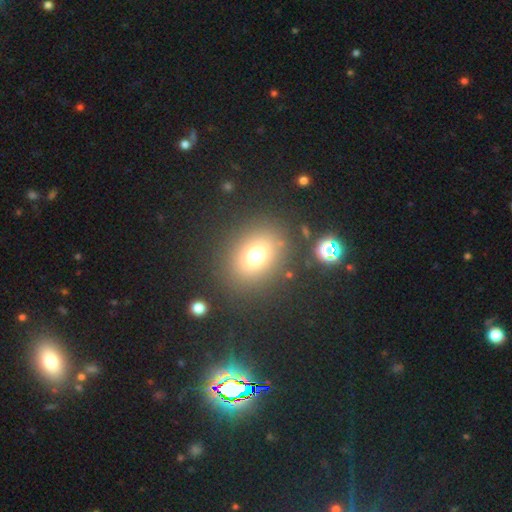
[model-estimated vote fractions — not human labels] This is likely a smooth galaxy (70%). How rounded: possibly round (55%). Merging: clearly none (83%).